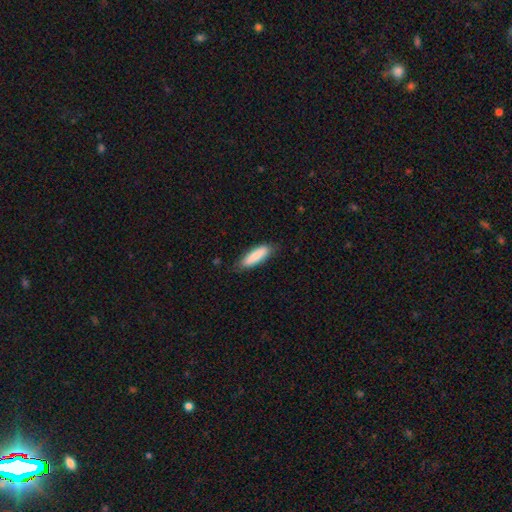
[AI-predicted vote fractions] Smooth or featured: smooth — 84% (featured or disk — 10%)
How rounded: cigar-shaped — 55% (in between — 44%)
Merging: none — 79% (minor disturbance — 17%)